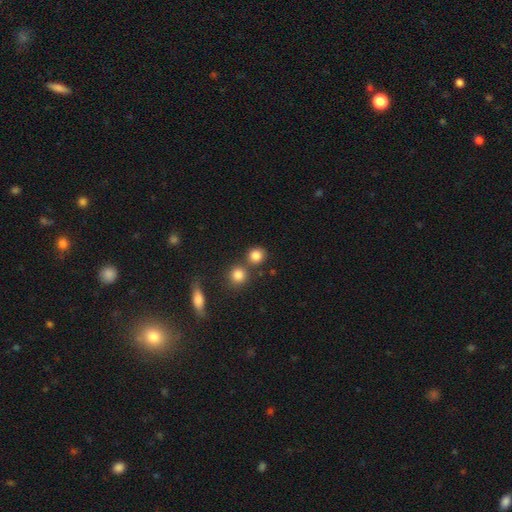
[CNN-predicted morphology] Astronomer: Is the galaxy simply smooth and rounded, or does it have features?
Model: smooth — 82%.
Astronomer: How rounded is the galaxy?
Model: round — 86%.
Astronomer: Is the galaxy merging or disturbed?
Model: none — 70%.